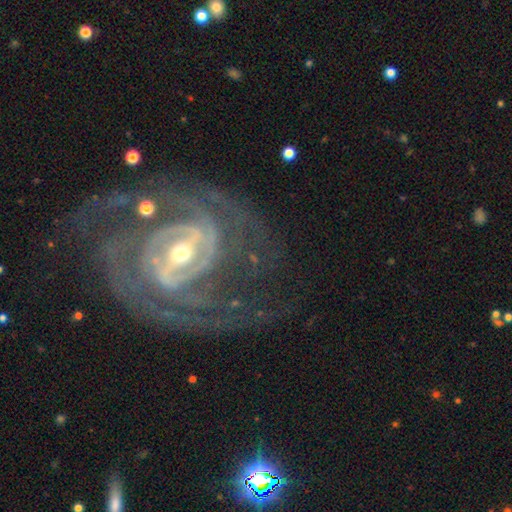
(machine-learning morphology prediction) Overall: featured or disk (92%). Edge-on disk: no (97%). Bar: strong (61%; weak 29%). Spiral arms: yes (97%). Spiral arm count: 2 (41%; 3 20%). Spiral winding: tight (61%; medium 32%). Bulge size: small (53%; moderate 42%). Merging: none (62%).